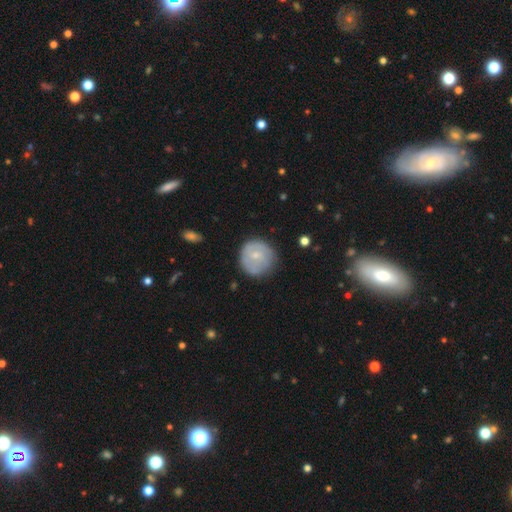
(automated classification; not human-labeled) featured or disk 47% (tied), smooth 47% (tied), star or artifact 6%. Down the decision tree: merging — none (74%).